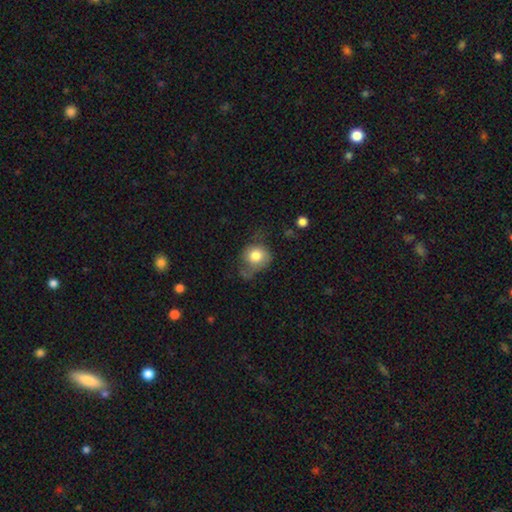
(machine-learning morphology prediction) smooth-or-featured: smooth: 75% | featured or disk: 17% | star or artifact: 8%
  how-rounded: round: 70% | in between: 29% | cigar-shaped: 1%
  merging: none: 38% | minor disturbance: 33% | major disturbance: 25% | merger: 4%